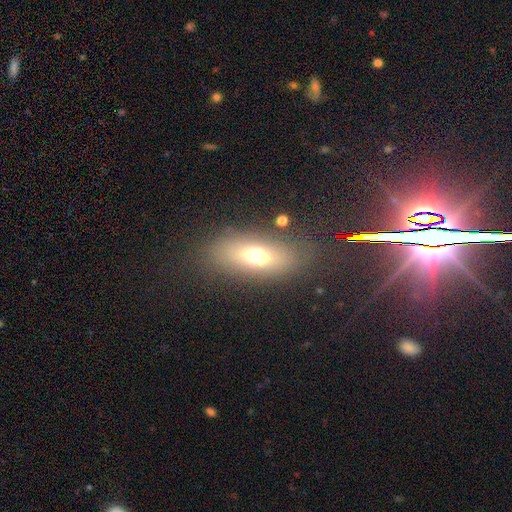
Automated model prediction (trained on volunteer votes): smooth 66%, featured or disk 22%, star or artifact 12%. Down the decision tree: how rounded — in between (76%); merging — none (77%).